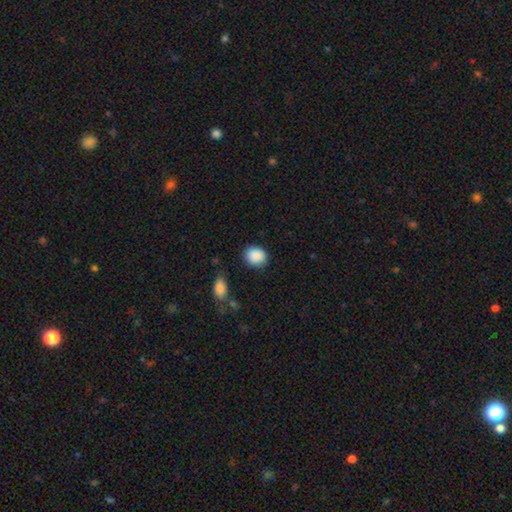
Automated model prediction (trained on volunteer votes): A smooth galaxy with no disk features (89%) that is round (64%).

Vote fractions:
- Smooth or featured? smooth: 89% / star or artifact: 8% / featured or disk: 3%
- How rounded? round: 64% / in between: 35% / cigar-shaped: 1%
- Merging? none: 83% / minor disturbance: 12% / major disturbance: 3% / merger: 2%